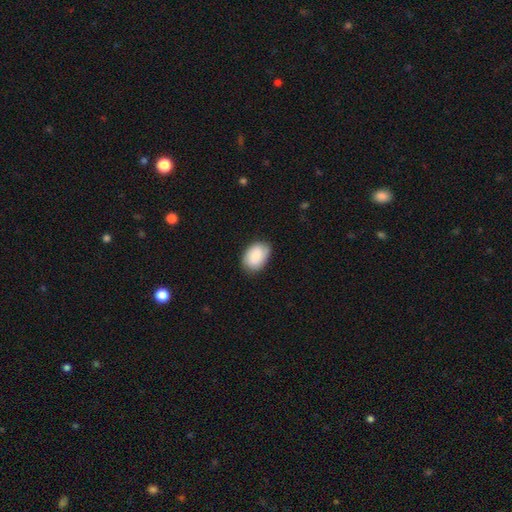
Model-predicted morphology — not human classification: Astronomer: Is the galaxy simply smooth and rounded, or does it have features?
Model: smooth — 83%.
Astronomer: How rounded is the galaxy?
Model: in between — 84%.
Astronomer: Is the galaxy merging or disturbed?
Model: none — 81%.